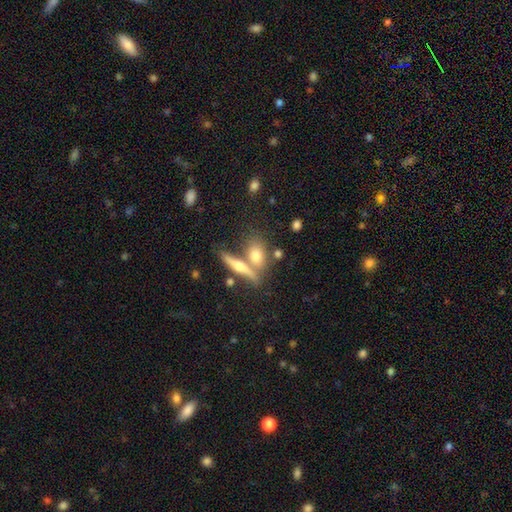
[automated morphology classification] smooth_or_featured: smooth (p=0.60) [alt: featured or disk p=0.32]
how_rounded: in between (p=0.52) [alt: cigar-shaped p=0.27]
merging: none (p=0.50) [alt: merger p=0.34]